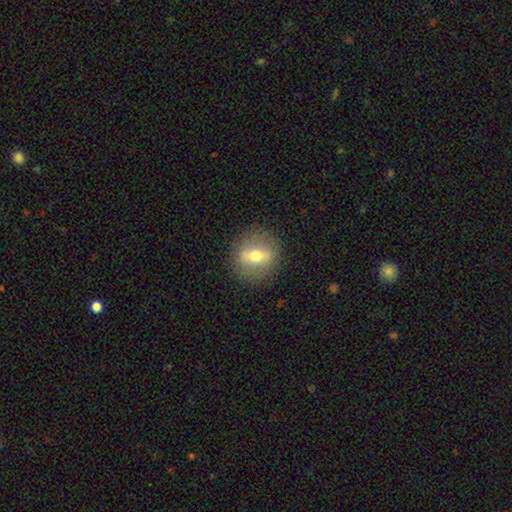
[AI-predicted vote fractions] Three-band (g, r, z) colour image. It shows a smooth galaxy with no disk features (50%) that is round (74%). Merging: none (87%).